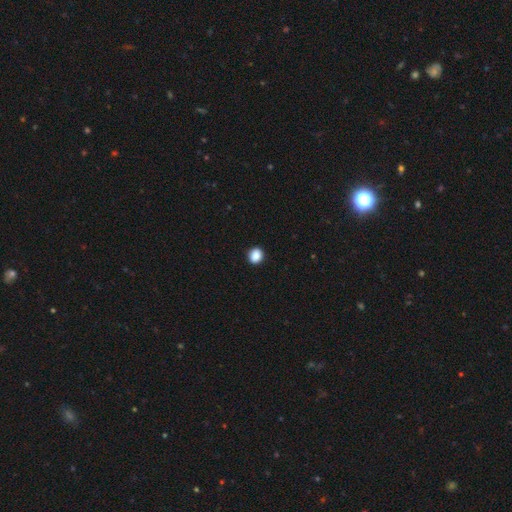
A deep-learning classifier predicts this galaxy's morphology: Overall: smooth (88%). How rounded: round (78%). Merging: none (91%).